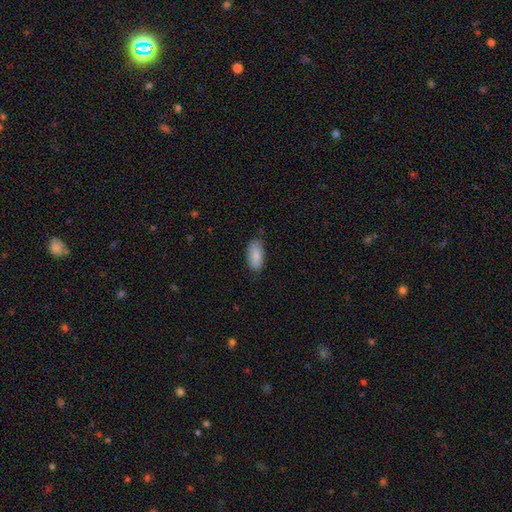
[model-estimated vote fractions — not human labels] Overall: smooth (87%). How rounded: in between (90%). Merging: none (74%).